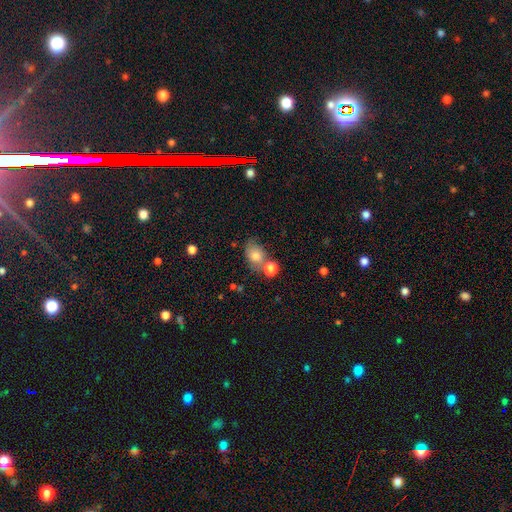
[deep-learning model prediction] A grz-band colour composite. It shows a smooth galaxy with no disk features (78%) that is in between round and cigar-shaped (68%). Merging: none (50%).